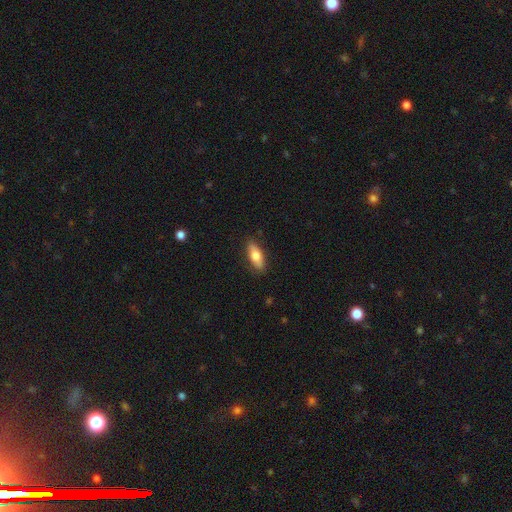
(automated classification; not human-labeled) A smooth galaxy with no disk features (72%) that is in between round and cigar-shaped (71%). Merging: none (87%).